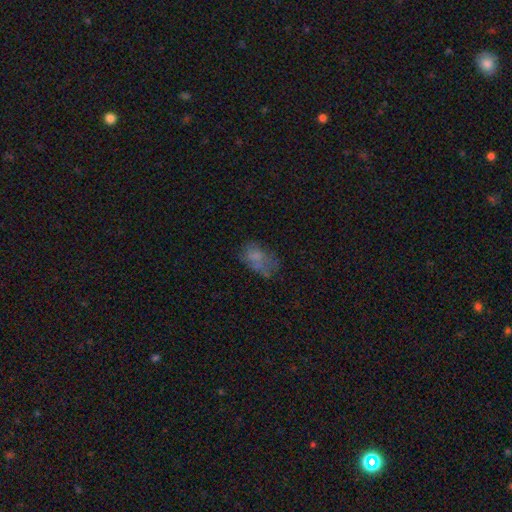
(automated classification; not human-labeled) A smooth galaxy with no disk features (52%) that is in between round and cigar-shaped (83%). Merging: none (51%).